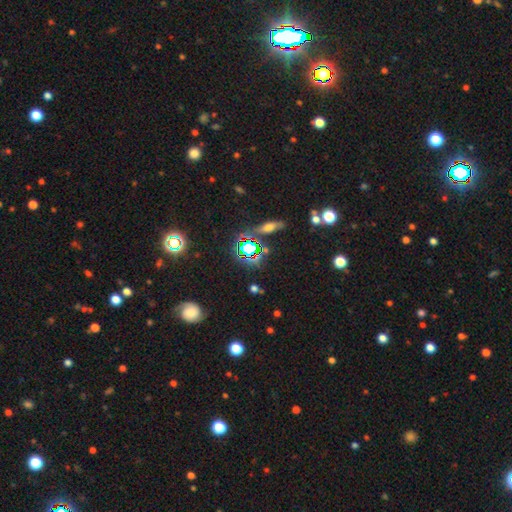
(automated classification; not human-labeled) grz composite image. It shows a star or artifact, not a galaxy (62%).